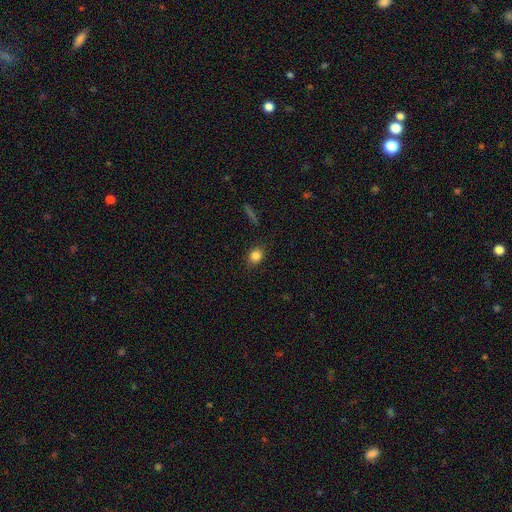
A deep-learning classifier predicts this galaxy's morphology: Overall: smooth (83%). How rounded: round (55%; in between 43%). Merging: none (85%).